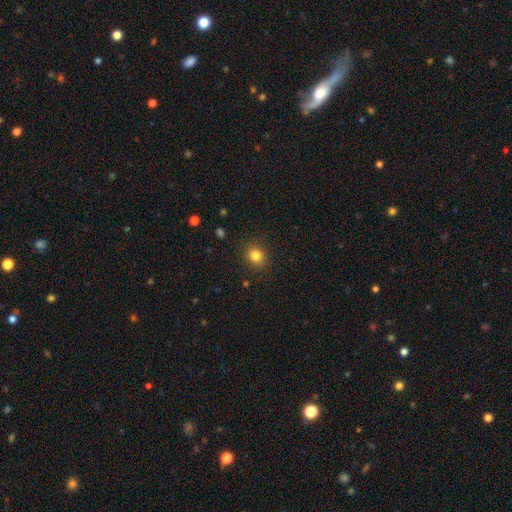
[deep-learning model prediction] Smooth or featured: smooth — 83% (star or artifact — 12%)
How rounded: round — 75% (in between — 24%)
Merging: none — 89% (minor disturbance — 7%)